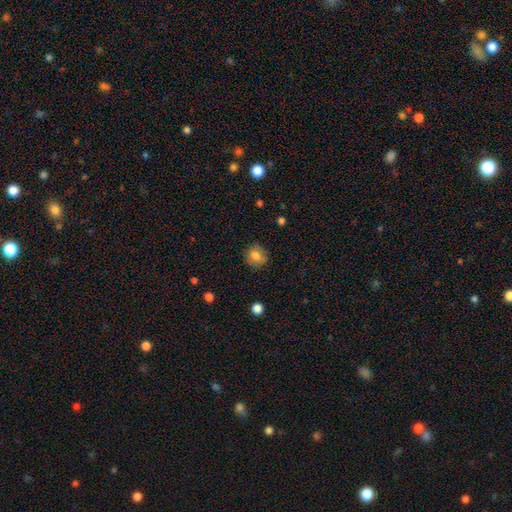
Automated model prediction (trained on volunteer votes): A smooth galaxy with no disk features (80%) that is round (77%). Merging: none (83%).